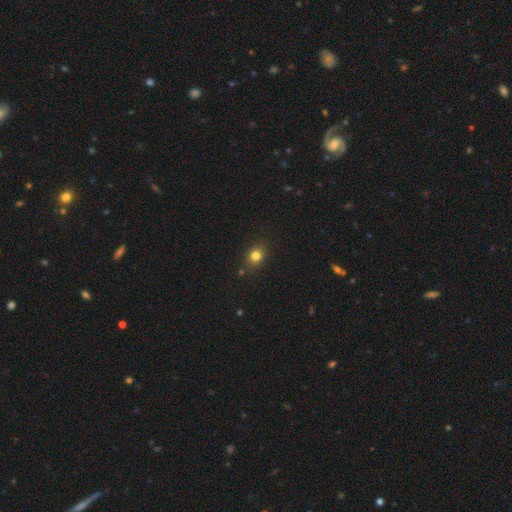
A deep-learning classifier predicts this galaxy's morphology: A smooth galaxy with no disk features (79%) that is round (60%).

Vote fractions:
- Smooth or featured? smooth: 79% / star or artifact: 14% / featured or disk: 7%
- How rounded? round: 60% / in between: 39% / cigar-shaped: 1%
- Merging? none: 85% / minor disturbance: 11% / major disturbance: 3% / merger: 2%